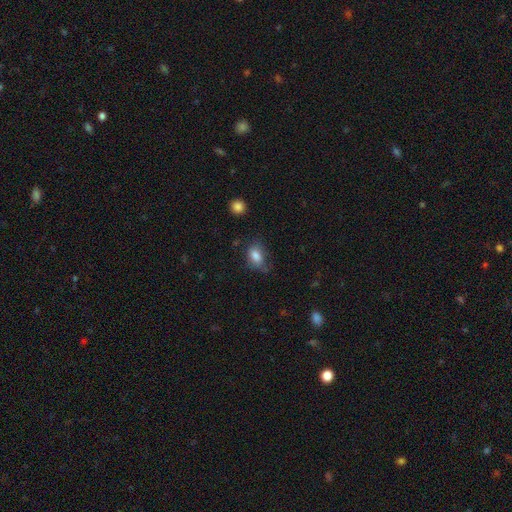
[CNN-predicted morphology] Smooth or featured? smooth (82%)
How rounded? in between (82%)
Merging? none (60%)